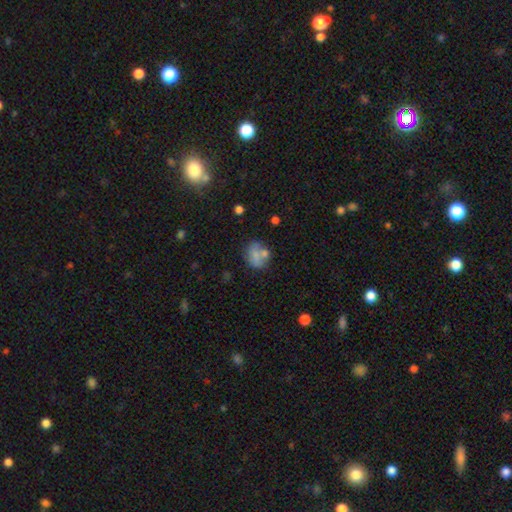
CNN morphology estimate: smooth_or_featured: smooth (p=0.67) [alt: featured or disk p=0.22]
how_rounded: in between (p=0.49) [tied with: round p=0.49]
merging: none (p=0.47) [alt: merger p=0.26]